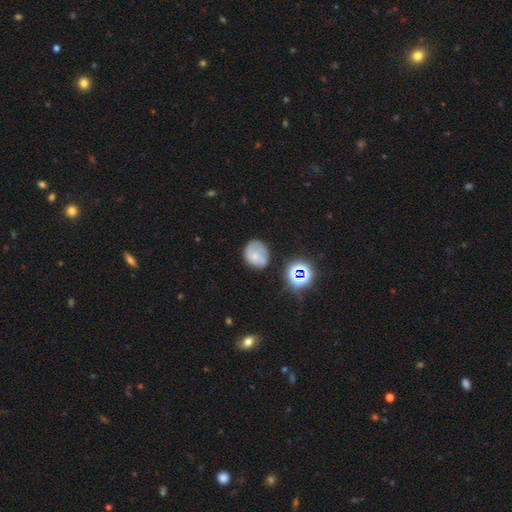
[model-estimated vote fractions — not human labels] The model was most divided on "smooth or featured": smooth: 44%, featured or disk: 42%, star or artifact: 14%. More confident: merging — none (57%).